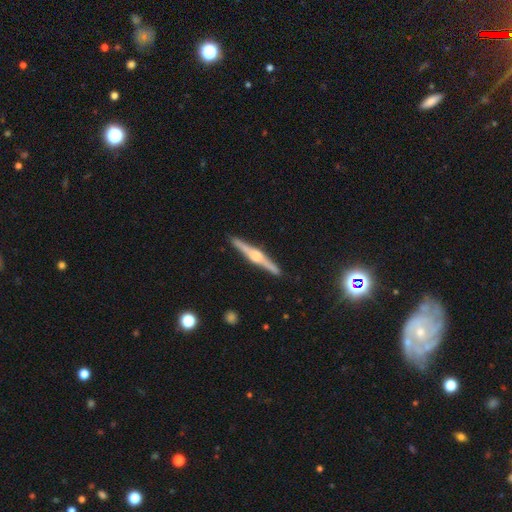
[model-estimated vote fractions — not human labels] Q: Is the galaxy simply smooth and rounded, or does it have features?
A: featured or disk — 83%.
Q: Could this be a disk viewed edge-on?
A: yes — 98%.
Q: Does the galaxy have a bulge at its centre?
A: rounded — 87%.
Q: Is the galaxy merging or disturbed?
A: none — 92%.